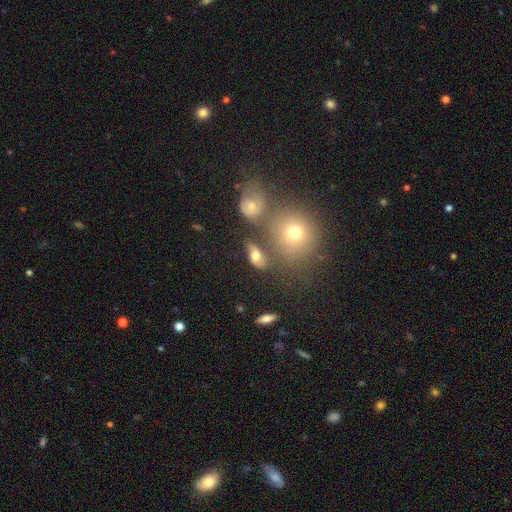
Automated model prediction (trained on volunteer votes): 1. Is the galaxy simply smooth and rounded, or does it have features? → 66% smooth, 21% featured or disk, 13% star or artifact.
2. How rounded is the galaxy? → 79% in between, 16% round, 5% cigar-shaped.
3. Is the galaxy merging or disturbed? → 57% none, 19% minor disturbance, 13% merger, 10% major disturbance.